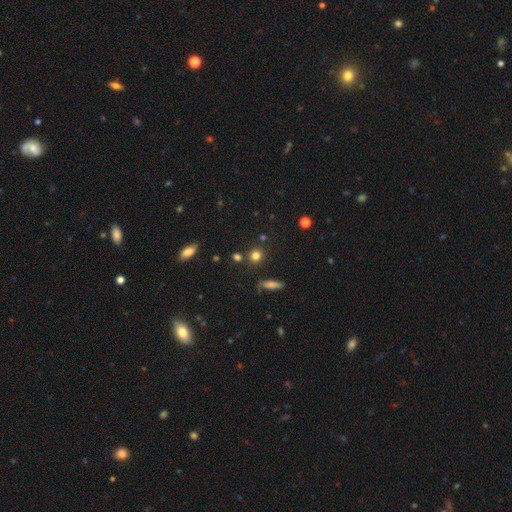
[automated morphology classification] type=smooth (77%); roundness=round (85%); merging=none (80%).